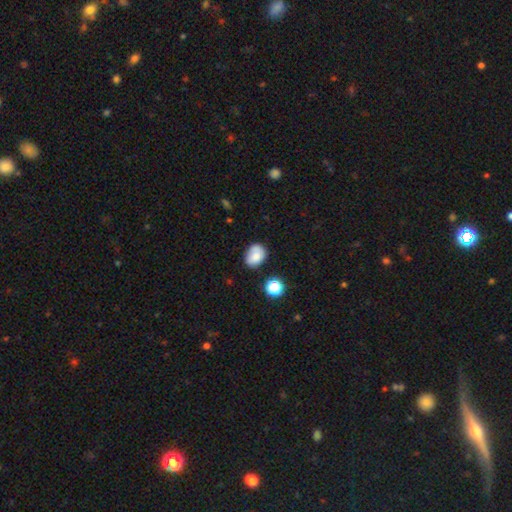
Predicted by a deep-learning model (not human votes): Smooth or featured? Predicted: smooth (p=0.74). How rounded? Predicted: in between (p=0.65). Merging? Predicted: none (p=0.62).